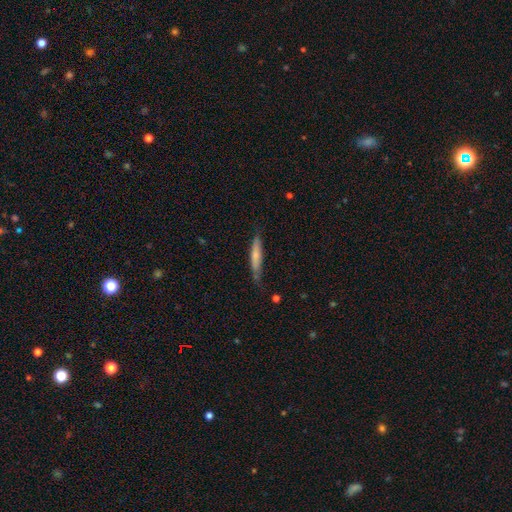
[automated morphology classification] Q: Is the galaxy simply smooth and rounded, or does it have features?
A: smooth — 61%.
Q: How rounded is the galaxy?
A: cigar-shaped — 89%.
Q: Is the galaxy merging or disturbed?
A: none — 70%.